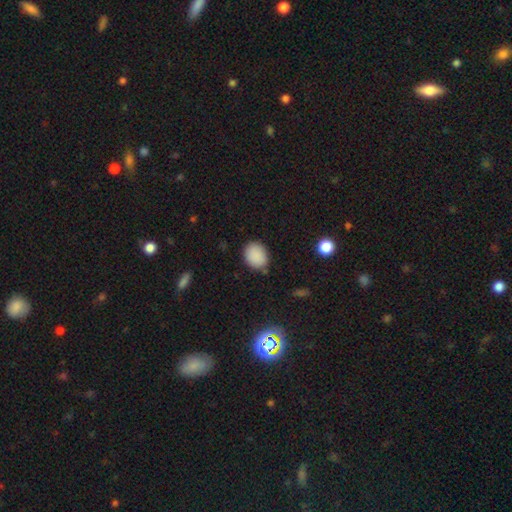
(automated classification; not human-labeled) Overall: smooth (88%). How rounded: in between (54%; round 45%). Merging: none (81%).